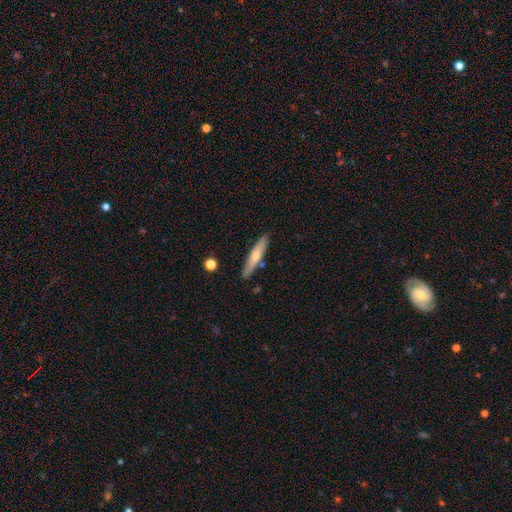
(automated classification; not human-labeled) A smooth galaxy with no disk features (59%) that is cigar-shaped (88%).

Vote fractions:
- Smooth or featured? smooth: 59% / featured or disk: 35% / star or artifact: 6%
- How rounded? cigar-shaped: 88% / in between: 10% / round: 1%
- Merging? none: 85% / minor disturbance: 10% / merger: 3% / major disturbance: 2%